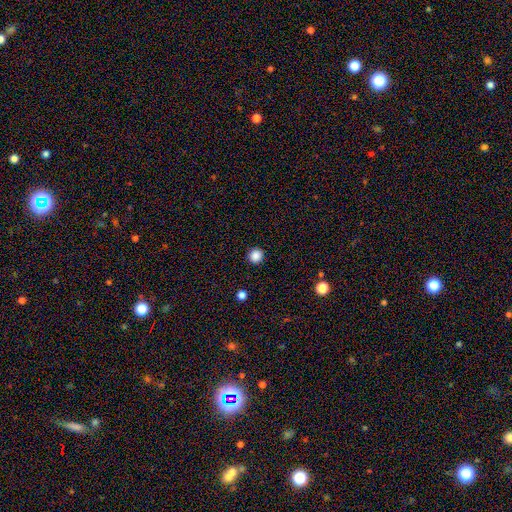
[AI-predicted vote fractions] Q: Smooth or featured?
A: smooth (87%); runner-up: star or artifact (10%)
Q: How rounded?
A: round (94%); runner-up: in between (5%)
Q: Merging?
A: none (93%); runner-up: minor disturbance (4%)